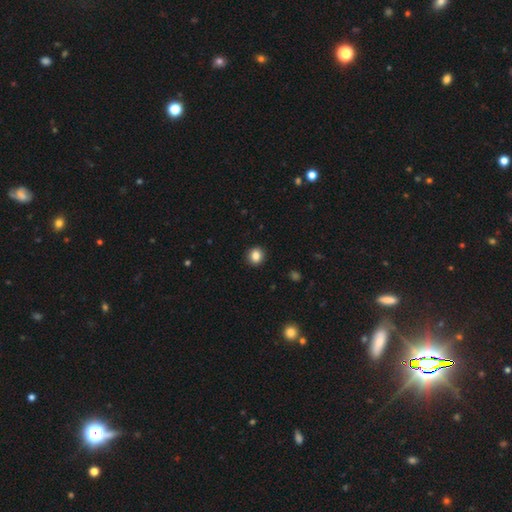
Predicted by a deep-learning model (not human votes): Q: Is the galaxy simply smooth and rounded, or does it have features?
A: smooth — 86%.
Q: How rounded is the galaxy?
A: round — 83%.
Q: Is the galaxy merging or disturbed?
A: none — 92%.